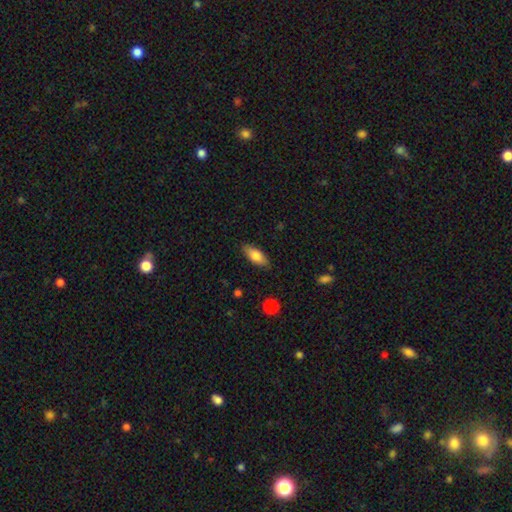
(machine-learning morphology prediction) type=smooth (75%); roundness=in between (75%); merging=none (86%).